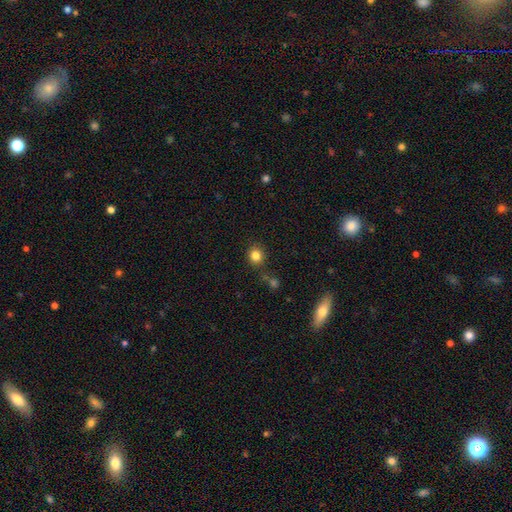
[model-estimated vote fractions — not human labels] Morphology: type=smooth (83%); roundness=round (83%); merging=none (80%).